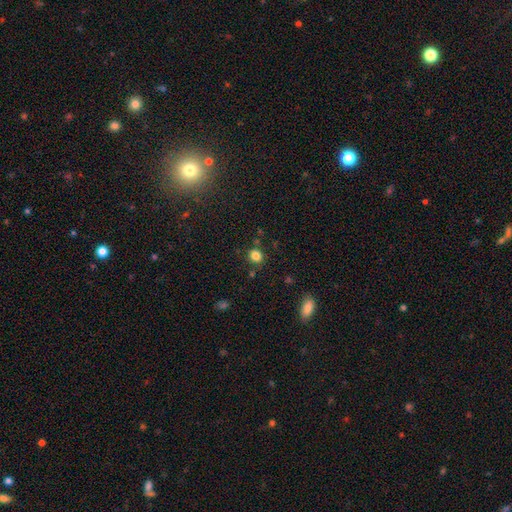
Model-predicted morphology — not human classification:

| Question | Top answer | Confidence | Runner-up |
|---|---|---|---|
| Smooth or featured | smooth | 82% | star or artifact (13%) |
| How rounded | round | 74% | in between (25%) |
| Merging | none | 82% | minor disturbance (10%) |